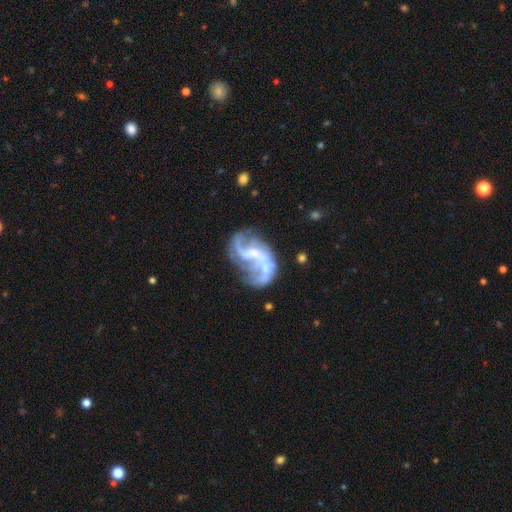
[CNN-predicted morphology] This is clearly a featured or disk galaxy (83%). It is clearly not viewed edge-on (98%). Bar: marginally weak (44%). Spiral arm pattern: clearly yes (86%). Spiral arm count: likely 2 (67%). Spiral winding: likely loose (62%). Central bulge: marginally small (38%). Merging: marginally none (36%).